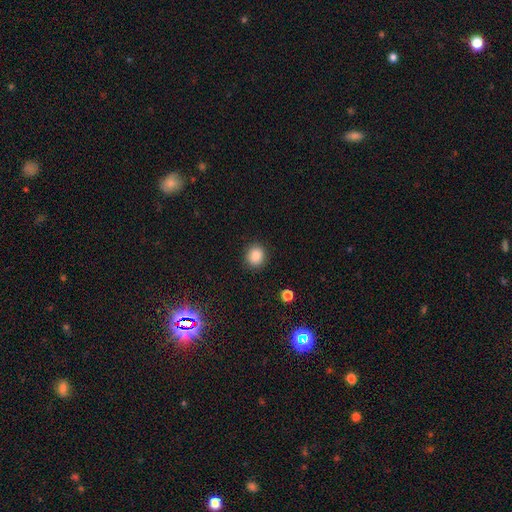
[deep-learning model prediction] A smooth galaxy with no disk features (86%) that is round (80%).

Vote fractions:
- Smooth or featured? smooth: 86% / star or artifact: 10% / featured or disk: 4%
- How rounded? round: 80% / in between: 19% / cigar-shaped: 1%
- Merging? none: 90% / minor disturbance: 7% / major disturbance: 2% / merger: 1%